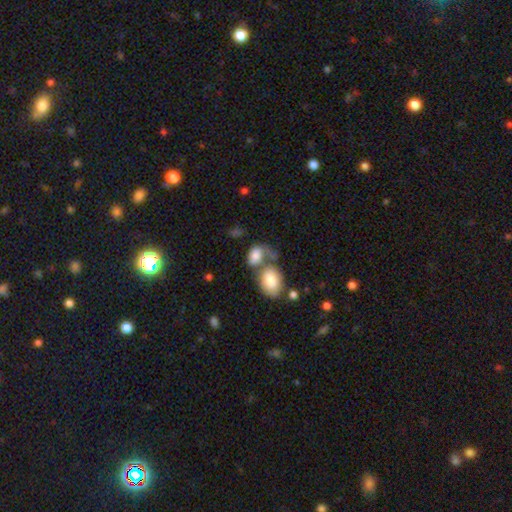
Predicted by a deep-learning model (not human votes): A smooth galaxy with no disk features (80%) that is in between round and cigar-shaped (85%). Merging: merger (50%).